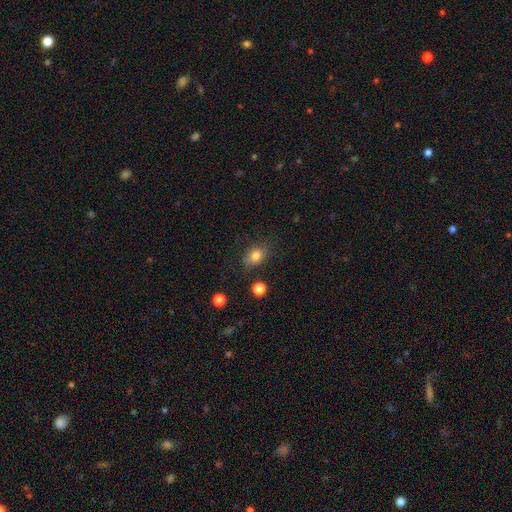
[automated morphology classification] type=smooth (80%); roundness=in between (63%); merging=none (74%).